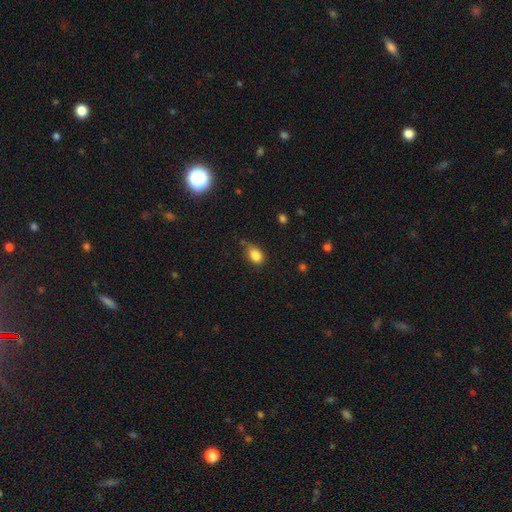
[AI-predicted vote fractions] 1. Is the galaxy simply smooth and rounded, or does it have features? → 84% smooth, 10% star or artifact, 6% featured or disk.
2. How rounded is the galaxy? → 73% in between, 26% round, 2% cigar-shaped.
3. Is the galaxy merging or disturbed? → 56% none, 33% minor disturbance, 7% major disturbance, 4% merger.